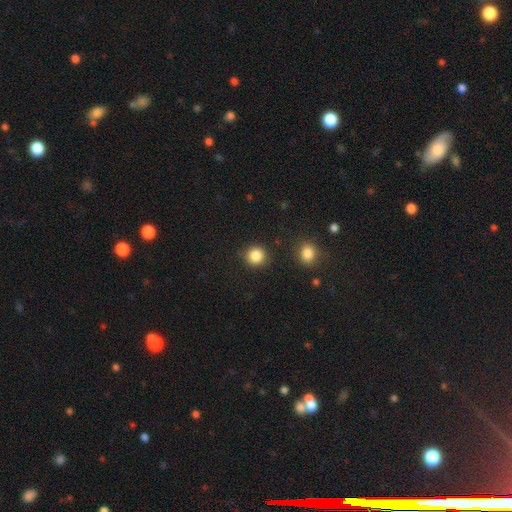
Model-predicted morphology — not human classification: type=smooth (86%); roundness=round (91%); merging=none (88%).